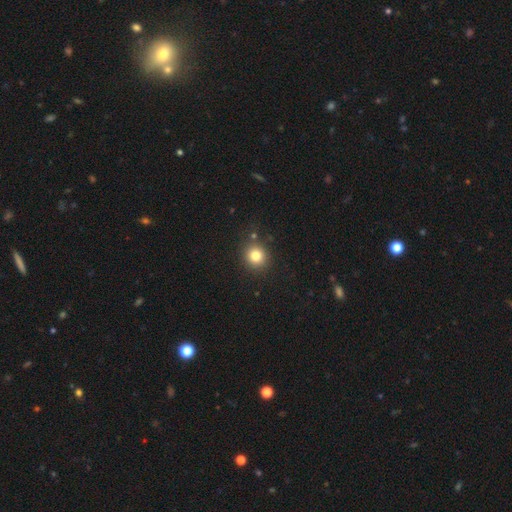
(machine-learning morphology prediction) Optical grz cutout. It shows a smooth galaxy with no disk features (81%) that is round (89%). Merging: none (86%).